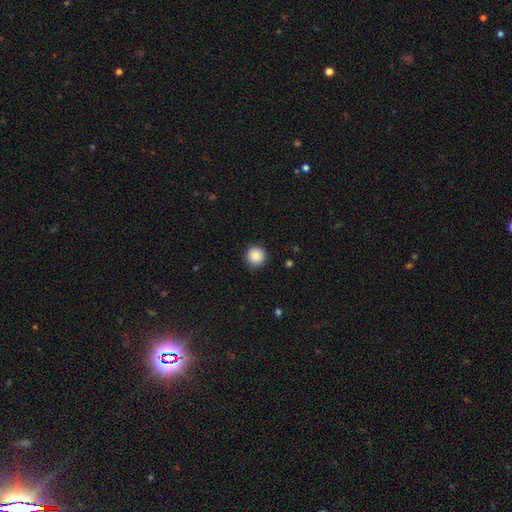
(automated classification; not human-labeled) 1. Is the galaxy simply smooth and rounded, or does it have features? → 88% smooth, 9% star or artifact, 3% featured or disk.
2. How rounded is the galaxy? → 95% round, 4% in between, 1% cigar-shaped.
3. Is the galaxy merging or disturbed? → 91% none, 6% minor disturbance, 2% major disturbance, 1% merger.